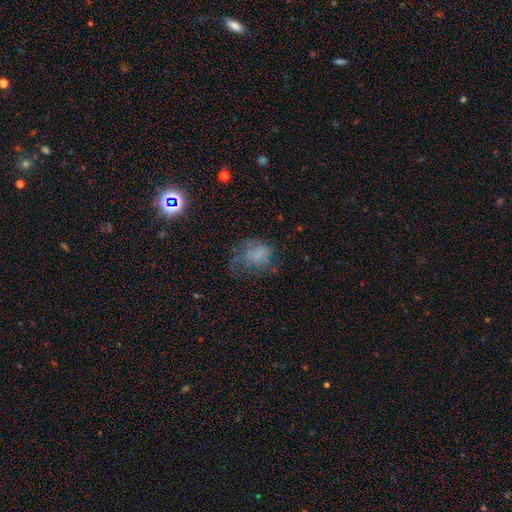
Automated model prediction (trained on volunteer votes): smooth-or-featured: smooth: 48% | featured or disk: 34% | star or artifact: 18%
  merging: major disturbance: 38% | none: 36% | minor disturbance: 24% | merger: 2%